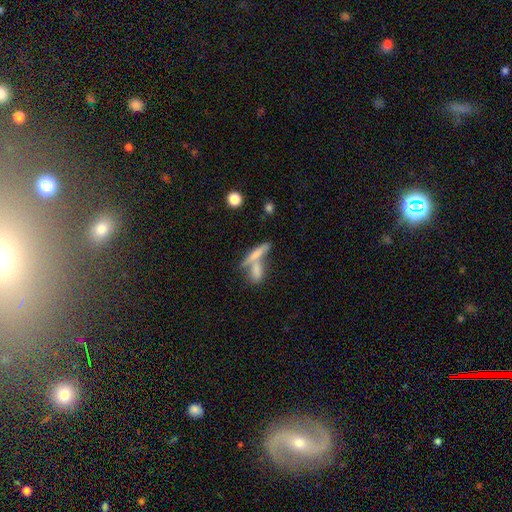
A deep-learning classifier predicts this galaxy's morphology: smooth 63%, featured or disk 28%, star or artifact 9%. Down the decision tree: how rounded — cigar-shaped (69%); merging — merger (52%).